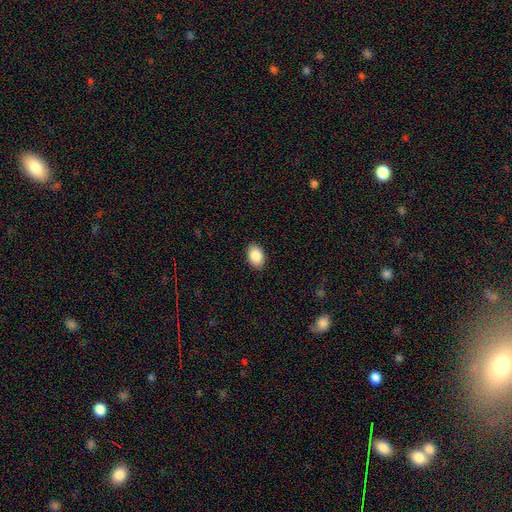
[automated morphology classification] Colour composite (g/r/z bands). It shows a smooth galaxy with no disk features (88%) that is in between round and cigar-shaped (84%). Merging: none (90%).